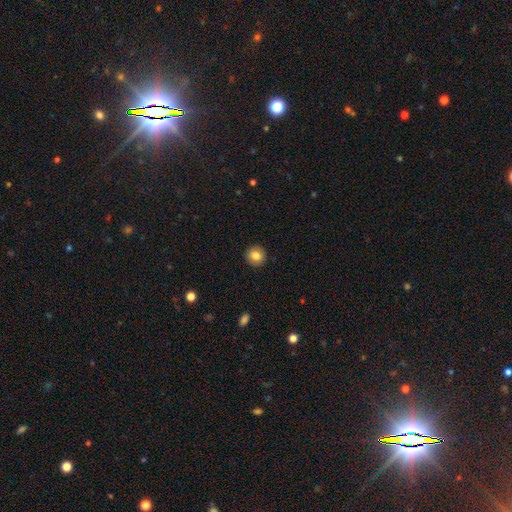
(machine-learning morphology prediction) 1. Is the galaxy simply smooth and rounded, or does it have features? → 84% smooth, 9% star or artifact, 7% featured or disk.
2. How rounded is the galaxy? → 92% round, 7% in between, 1% cigar-shaped.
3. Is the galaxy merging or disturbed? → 93% none, 5% minor disturbance, 2% major disturbance, 1% merger.